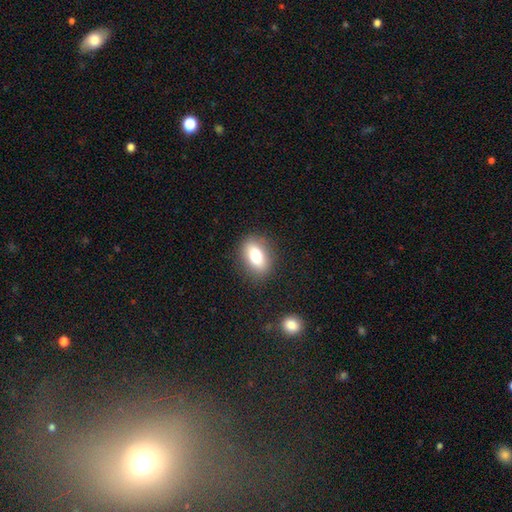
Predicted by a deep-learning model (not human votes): Smooth or featured? Predicted: smooth (p=0.77). How rounded? Predicted: in between (p=0.81). Merging? Predicted: none (p=0.86).